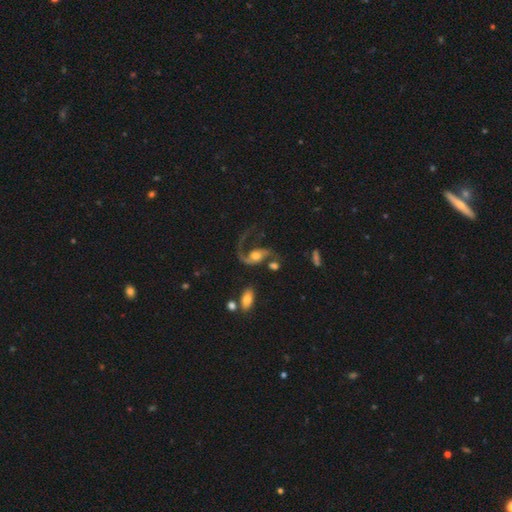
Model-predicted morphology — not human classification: type=featured or disk (83%); edge-on=no (97%); bar=no (56%); spiral arms=yes (94%); winding=loose (62%); arm count=2 (65%); bulge=moderate (63%); merging=none (43%).